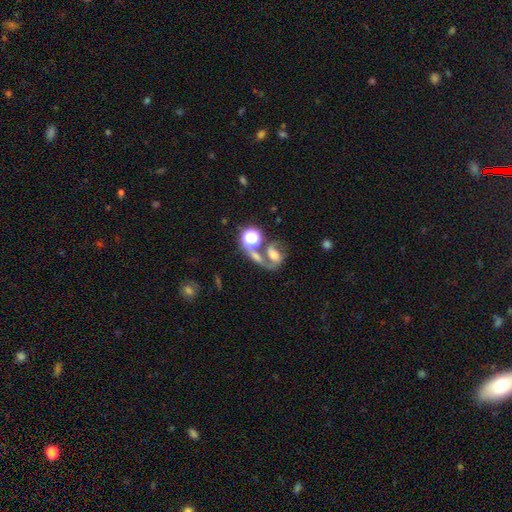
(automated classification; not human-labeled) Smooth or featured? Predicted: featured or disk (p=0.49). Merging? Predicted: merger (p=0.43).